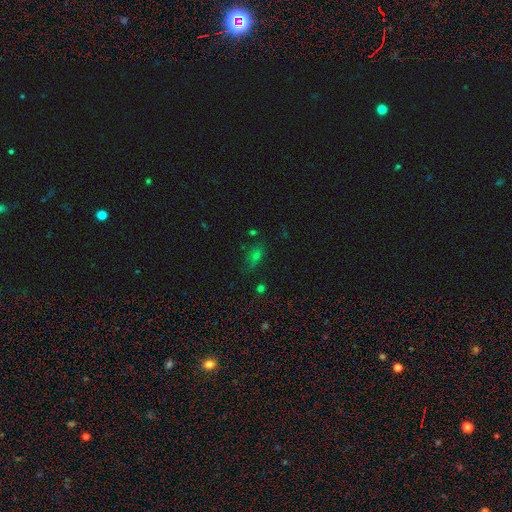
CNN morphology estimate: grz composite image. It shows a smooth galaxy with no disk features (45%). Merging: none (65%).